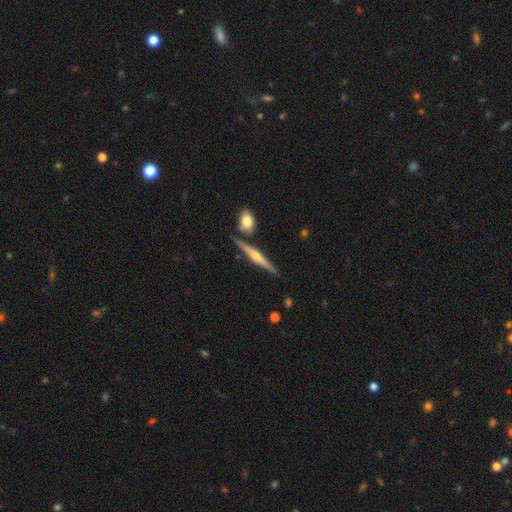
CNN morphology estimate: smooth_or_featured: featured or disk (p=0.77) [alt: smooth p=0.18]
disk_edge_on: yes (p=0.98) [alt: no p=0.02]
edge_on_bulge: rounded (p=0.90) [alt: none p=0.05]
merging: none (p=0.83) [alt: minor disturbance p=0.08]